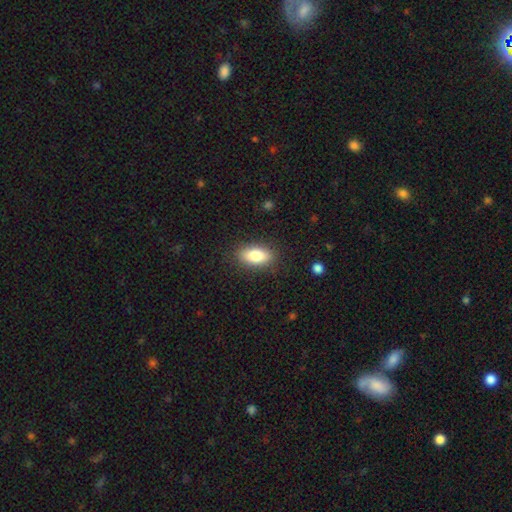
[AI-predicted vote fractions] This is likely a smooth galaxy (80%). How rounded: clearly in between (87%). Merging: clearly none (87%).